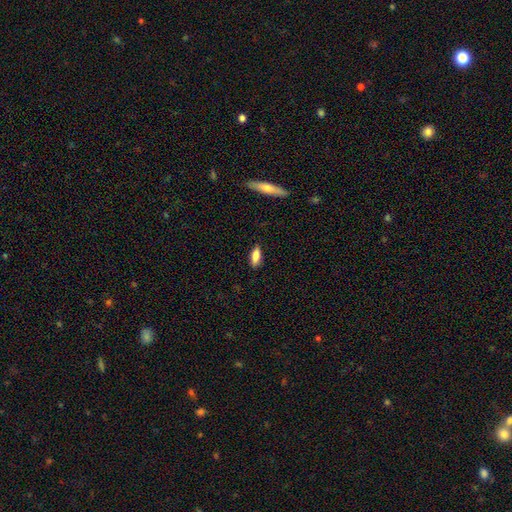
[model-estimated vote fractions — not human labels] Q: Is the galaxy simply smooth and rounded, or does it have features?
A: smooth — 80%.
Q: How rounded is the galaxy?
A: in between — 66%.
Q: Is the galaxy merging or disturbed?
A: none — 85%.